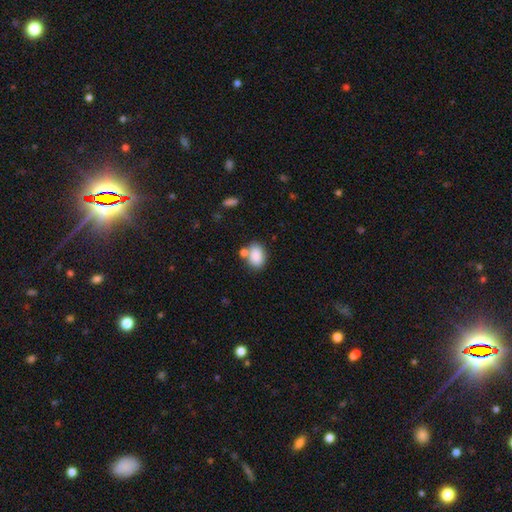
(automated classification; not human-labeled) Smooth or featured? smooth (87%)
How rounded? in between (82%)
Merging? none (65%)